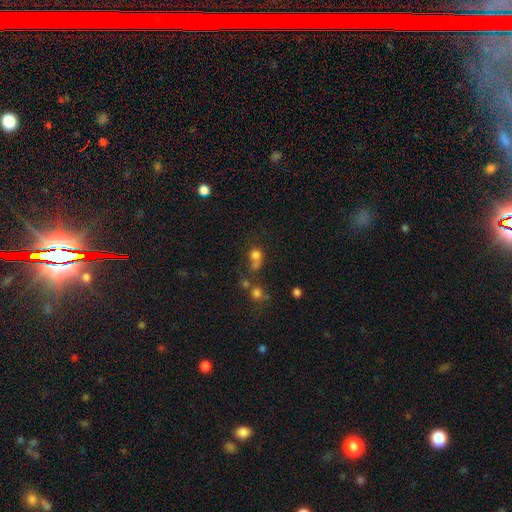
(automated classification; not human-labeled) The model was most divided on "merging": merger: 38%, none: 35%, minor disturbance: 14%, major disturbance: 13%. More confident: smooth or featured — smooth (73%); how rounded — round (71%).